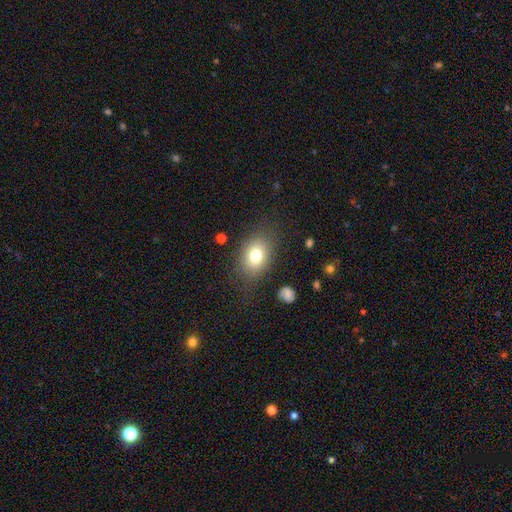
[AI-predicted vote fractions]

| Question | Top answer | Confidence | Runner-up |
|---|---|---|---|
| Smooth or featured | smooth | 76% | featured or disk (13%) |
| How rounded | in between | 67% | round (32%) |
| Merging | none | 79% | minor disturbance (13%) |